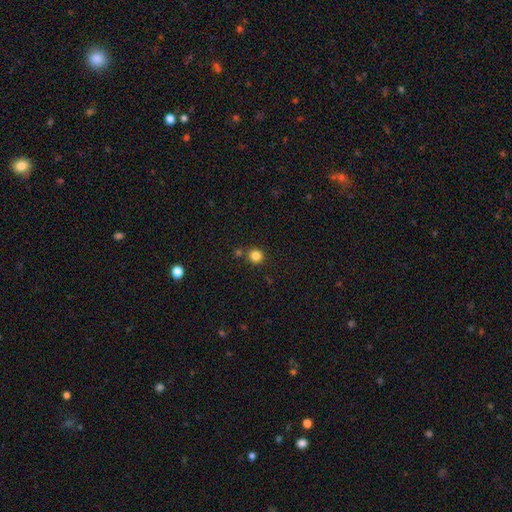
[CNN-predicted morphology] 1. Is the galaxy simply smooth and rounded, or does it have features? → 83% smooth, 13% star or artifact, 4% featured or disk.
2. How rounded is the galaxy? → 91% round, 8% in between, 1% cigar-shaped.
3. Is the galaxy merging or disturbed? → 82% none, 8% merger, 7% minor disturbance, 2% major disturbance.